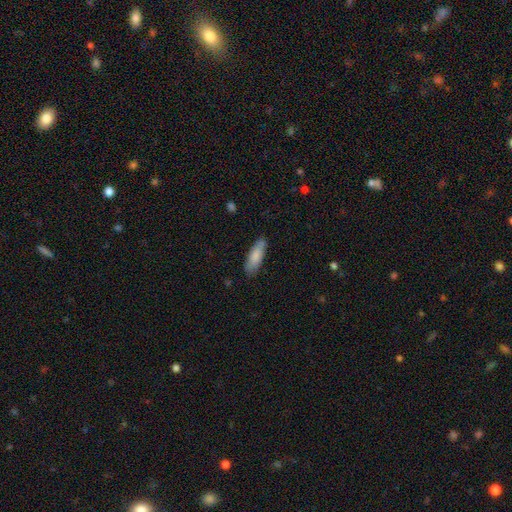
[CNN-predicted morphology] smooth 81%, featured or disk 13%, star or artifact 6%. Down the decision tree: how rounded — in between (57%); merging — none (82%).